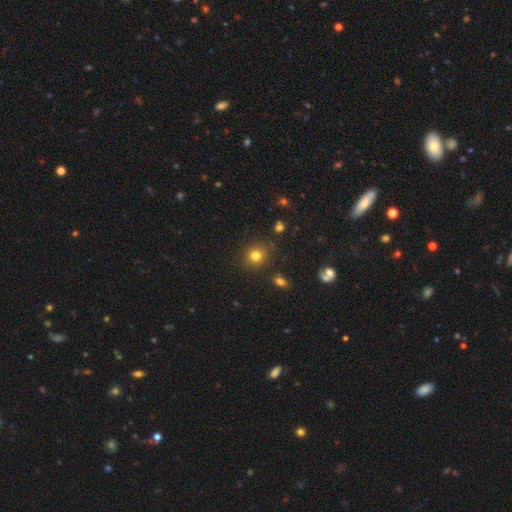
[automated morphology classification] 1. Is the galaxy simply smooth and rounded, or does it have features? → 79% smooth, 14% star or artifact, 7% featured or disk.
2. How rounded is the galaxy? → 84% round, 16% in between, 1% cigar-shaped.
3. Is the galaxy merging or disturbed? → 85% none, 9% minor disturbance, 3% merger, 3% major disturbance.